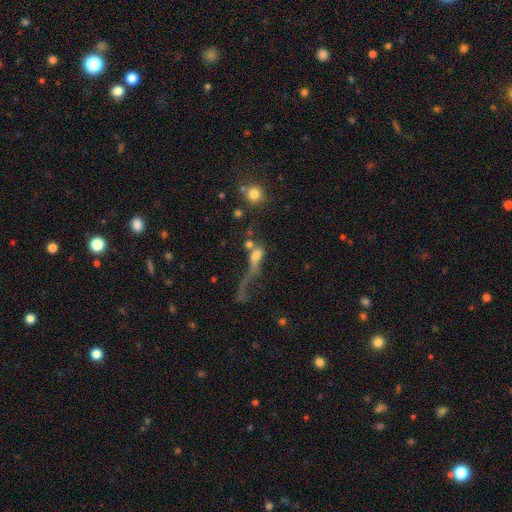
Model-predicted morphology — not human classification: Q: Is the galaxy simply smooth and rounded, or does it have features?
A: smooth — 52%.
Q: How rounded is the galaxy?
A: in between — 51%.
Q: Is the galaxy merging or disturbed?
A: major disturbance — 43%.